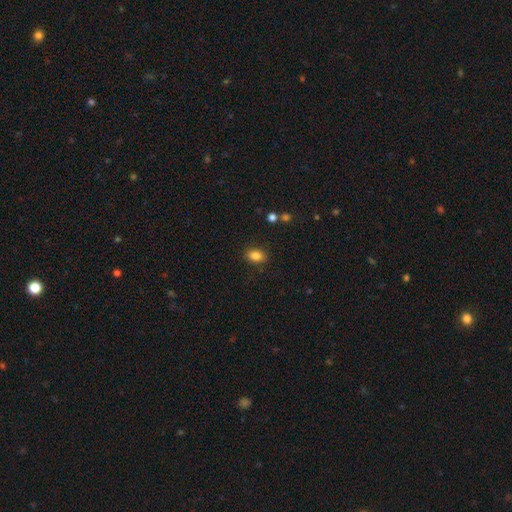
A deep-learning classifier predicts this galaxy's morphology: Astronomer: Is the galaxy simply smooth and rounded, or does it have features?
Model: smooth — 84%.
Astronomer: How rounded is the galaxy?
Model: in between — 78%.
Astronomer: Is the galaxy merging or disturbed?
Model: none — 86%.